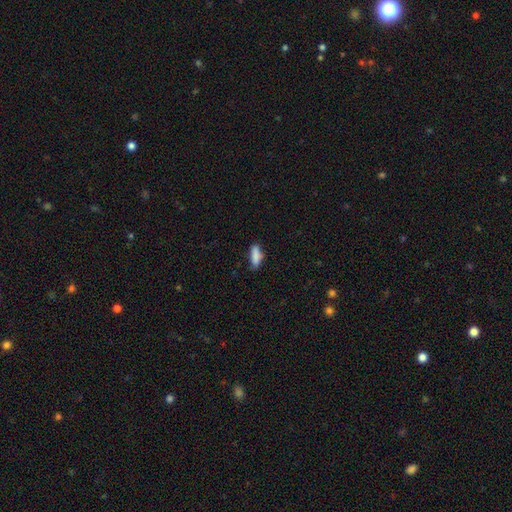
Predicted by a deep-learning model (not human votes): This is clearly a smooth galaxy (85%). How rounded: likely in between (62%). Merging: likely none (67%).